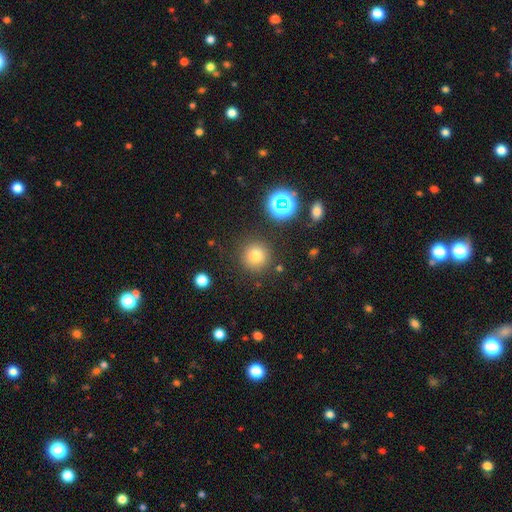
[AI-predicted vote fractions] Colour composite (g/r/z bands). It shows a smooth galaxy with no disk features (75%) that is round (95%). Merging: none (86%).